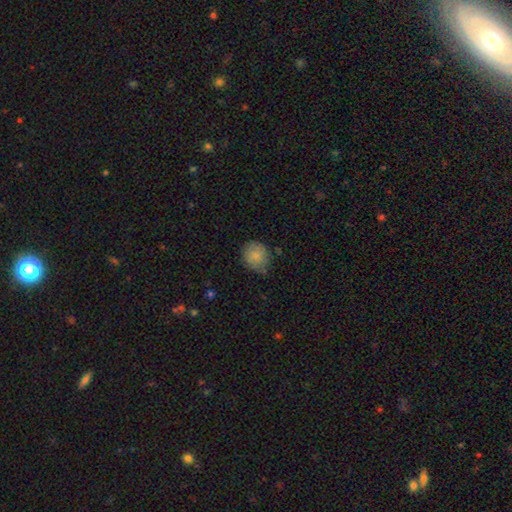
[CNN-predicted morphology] A smooth galaxy with no disk features (84%) that is round (85%). Merging: none (66%).